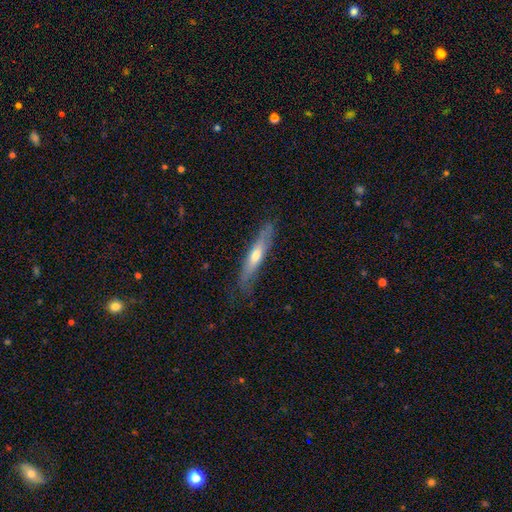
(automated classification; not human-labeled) smooth 47% (tied), featured or disk 47% (tied), star or artifact 6%. Down the decision tree: merging — none (75%).